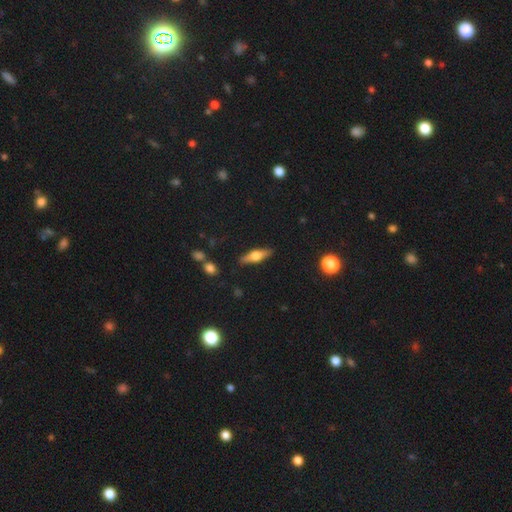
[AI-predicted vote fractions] This appears to be a featured or disk galaxy (55%) viewed edge-on (94%) with a rounded central bulge (93%). Merging: none (88%).